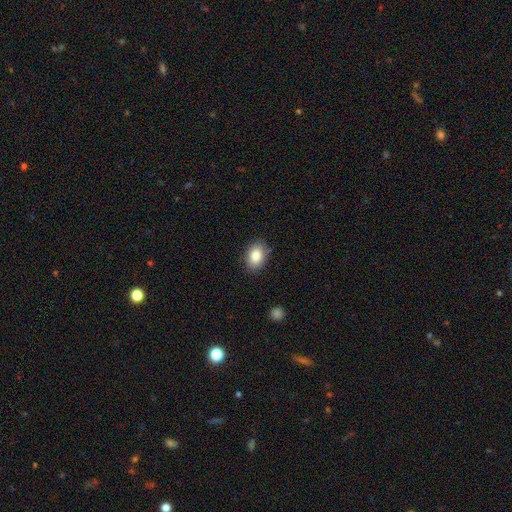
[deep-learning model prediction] Morphology: type=smooth (85%); roundness=in between (81%); merging=none (83%).